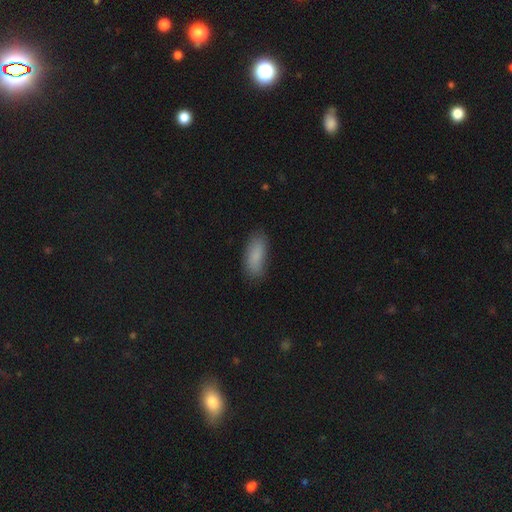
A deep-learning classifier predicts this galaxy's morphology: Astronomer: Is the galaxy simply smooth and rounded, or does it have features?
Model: smooth — 86%.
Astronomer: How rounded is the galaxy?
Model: in between — 78%.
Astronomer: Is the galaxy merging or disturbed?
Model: none — 76%.